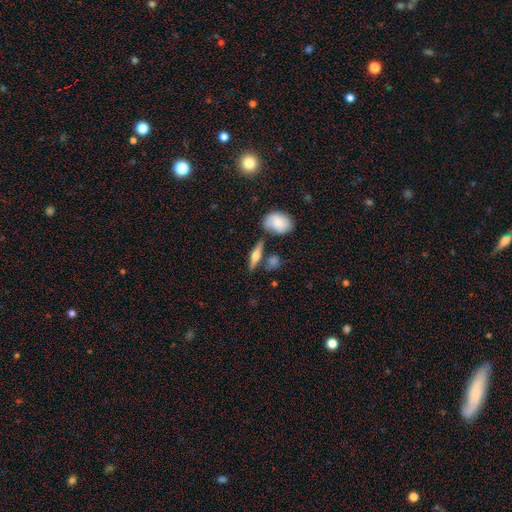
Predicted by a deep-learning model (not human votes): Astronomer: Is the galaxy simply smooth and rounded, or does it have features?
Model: featured or disk — 56% (runner-up: smooth, 37%).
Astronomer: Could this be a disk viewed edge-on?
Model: yes — 93%.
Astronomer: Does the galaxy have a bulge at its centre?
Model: rounded — 93%.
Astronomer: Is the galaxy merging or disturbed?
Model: none — 74%.